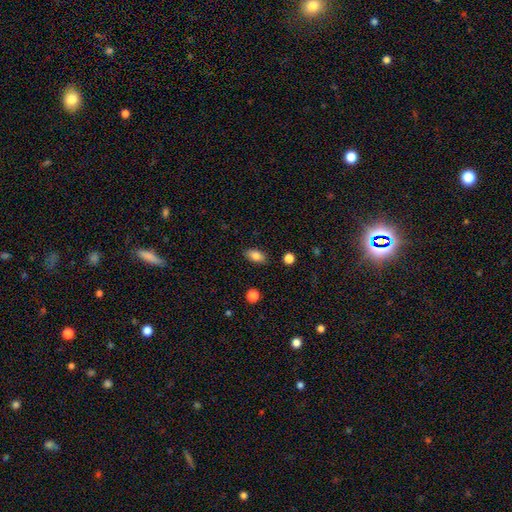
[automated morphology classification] Smooth or featured?
  - smooth: 83% *
  - featured or disk: 9%
  - star or artifact: 8%
How rounded?
  - in between: 90% *
  - round: 6%
  - cigar-shaped: 4%
Merging?
  - none: 87% *
  - minor disturbance: 10%
  - major disturbance: 2%
  - merger: 2%